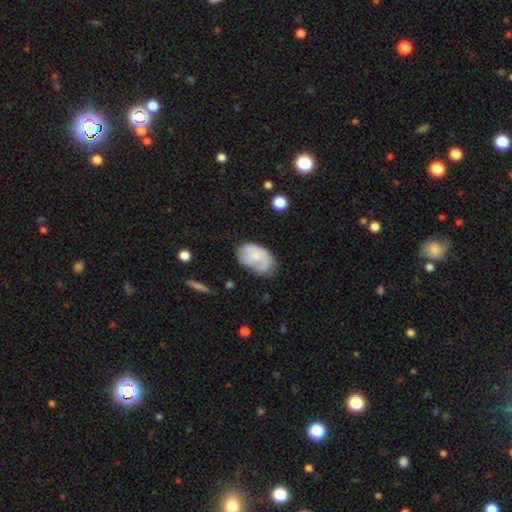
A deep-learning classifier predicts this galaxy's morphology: smooth_or_featured: smooth (p=0.54) [alt: featured or disk p=0.40]
how_rounded: in between (p=0.88) [alt: round p=0.11]
merging: none (p=0.45) [alt: minor disturbance p=0.32]